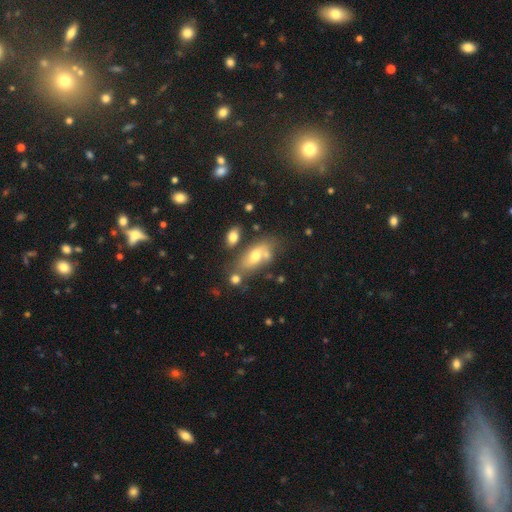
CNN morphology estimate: A smooth galaxy with no disk features (52%) that is in between round and cigar-shaped (82%). Merging: none (56%).